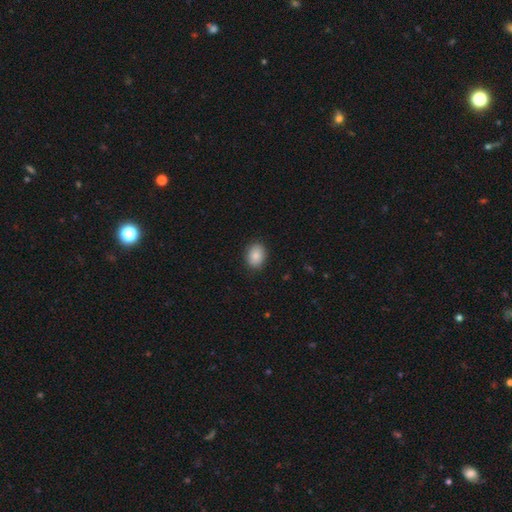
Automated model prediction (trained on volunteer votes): The model was most divided on "how rounded": in between: 64%, round: 35%, cigar-shaped: 1%. More confident: merging — none (89%); smooth or featured — smooth (87%).